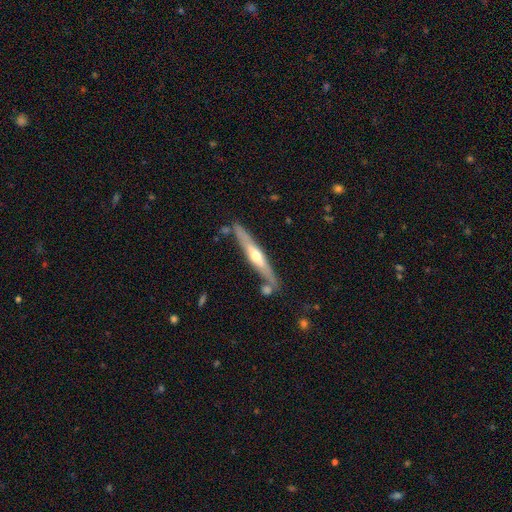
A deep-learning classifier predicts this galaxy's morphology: This is likely a featured or disk galaxy (70%). It is clearly viewed edge-on (94%). Edge-on bulge: clearly rounded (88%). Merging: clearly none (80%).